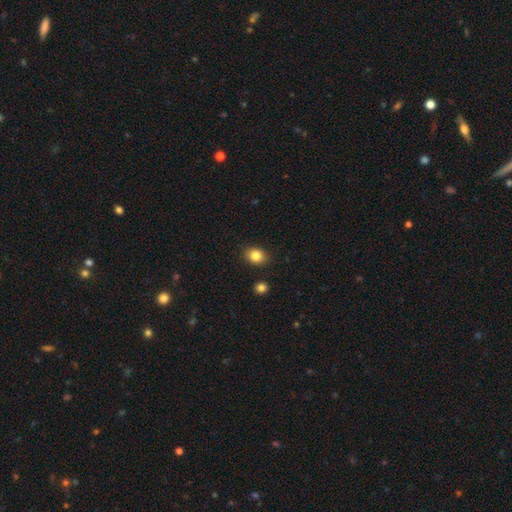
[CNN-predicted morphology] A smooth galaxy with no disk features (84%) that is round (53%). Merging: none (87%).